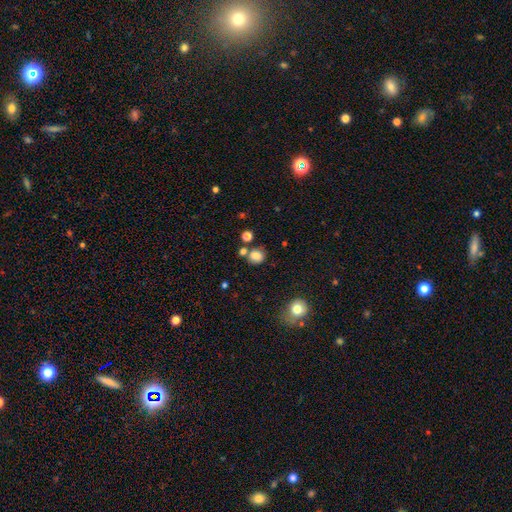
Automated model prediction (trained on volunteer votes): The model was most divided on "merging": none: 69%, merger: 15%, minor disturbance: 12%, major disturbance: 4%. More confident: smooth or featured — smooth (82%); how rounded — round (82%).